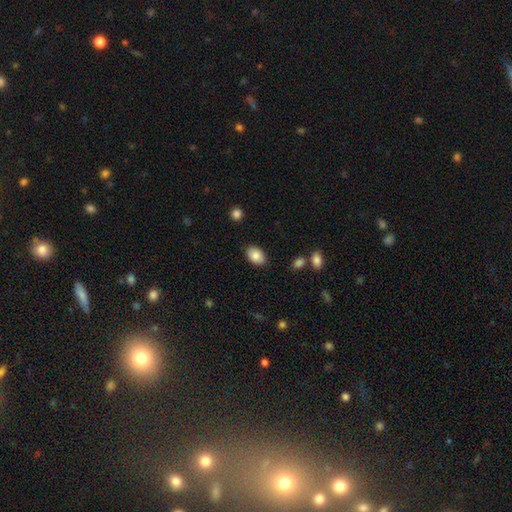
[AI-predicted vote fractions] Smooth or featured? Predicted: smooth (p=0.86). How rounded? Predicted: in between (p=0.88). Merging? Predicted: none (p=0.86).